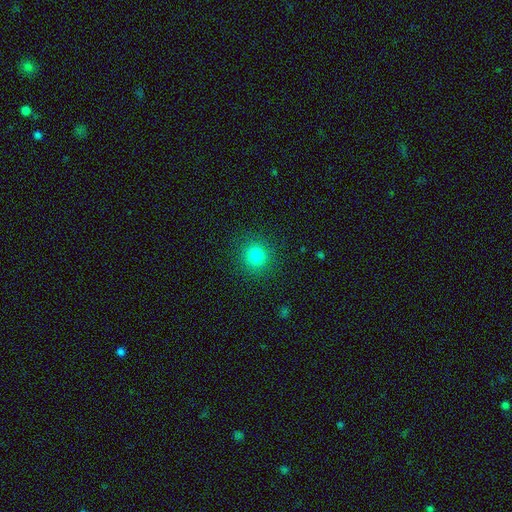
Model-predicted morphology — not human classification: Smooth or featured?
  - smooth: 82% *
  - star or artifact: 13%
  - featured or disk: 5%
How rounded?
  - round: 90% *
  - in between: 9%
  - cigar-shaped: 1%
Merging?
  - none: 90% *
  - minor disturbance: 7%
  - major disturbance: 3%
  - merger: 1%